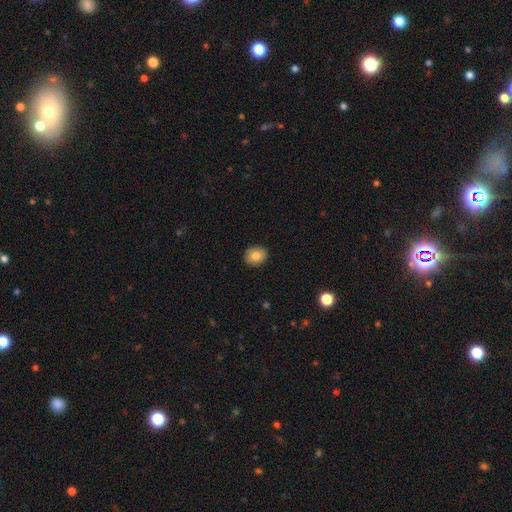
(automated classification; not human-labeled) smooth_or_featured: smooth (p=0.81) [alt: featured or disk p=0.10]
how_rounded: round (p=0.69) [alt: in between p=0.30]
merging: none (p=0.90) [alt: minor disturbance p=0.07]